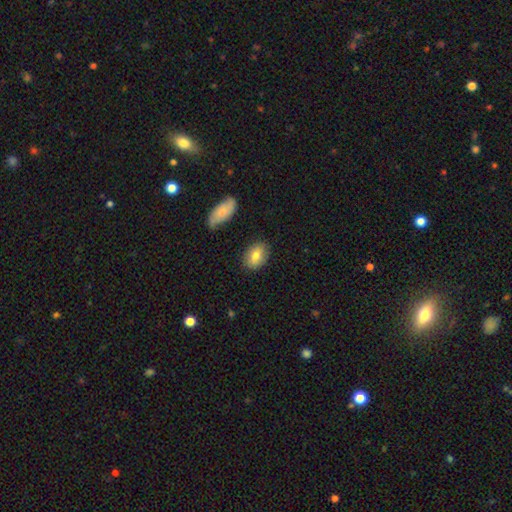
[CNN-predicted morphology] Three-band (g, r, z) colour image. It shows a smooth galaxy with no disk features (76%) that is in between round and cigar-shaped (78%). Merging: none (82%).